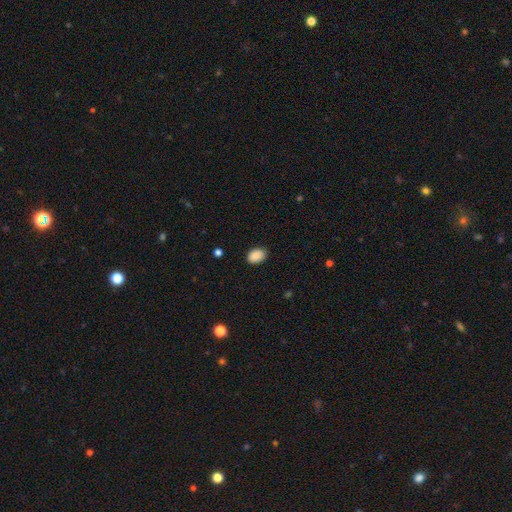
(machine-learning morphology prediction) Smooth or featured? Predicted: smooth (p=0.89). How rounded? Predicted: in between (p=0.76). Merging? Predicted: none (p=0.86).